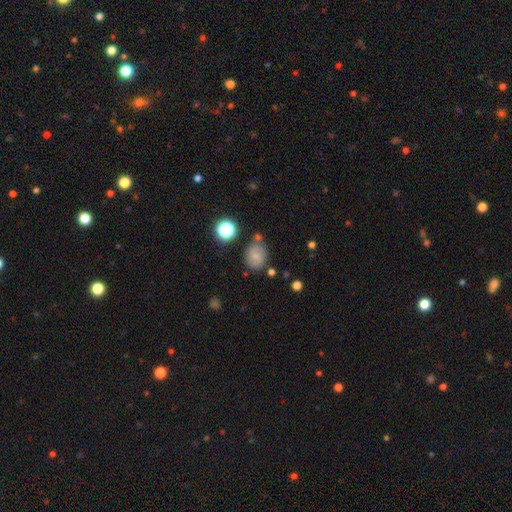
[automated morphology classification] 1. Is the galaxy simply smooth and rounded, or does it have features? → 59% smooth, 27% featured or disk, 14% star or artifact.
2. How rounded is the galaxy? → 68% round, 31% in between, 1% cigar-shaped.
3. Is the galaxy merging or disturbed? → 72% none, 16% minor disturbance, 8% merger, 5% major disturbance.